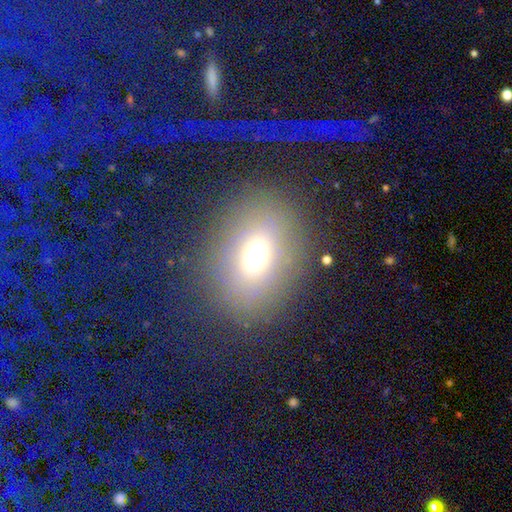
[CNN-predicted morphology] A smooth galaxy with no disk features (64%) that is in between round and cigar-shaped (56%).

Vote fractions:
- Smooth or featured? smooth: 64% / star or artifact: 21% / featured or disk: 15%
- How rounded? in between: 56% / round: 42% / cigar-shaped: 2%
- Merging? none: 81% / minor disturbance: 10% / major disturbance: 7% / merger: 2%